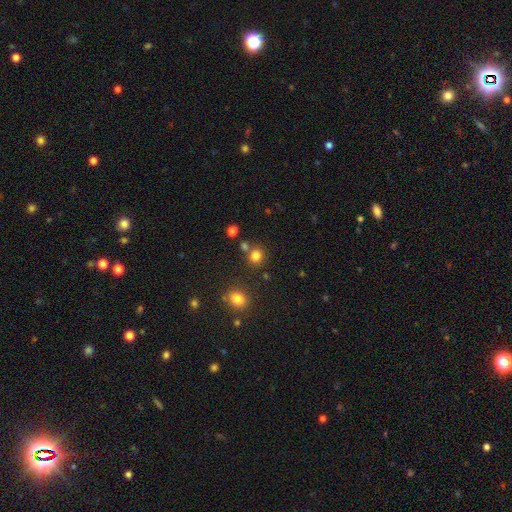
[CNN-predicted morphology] Smooth or featured? smooth (79%)
How rounded? round (86%)
Merging? none (73%)